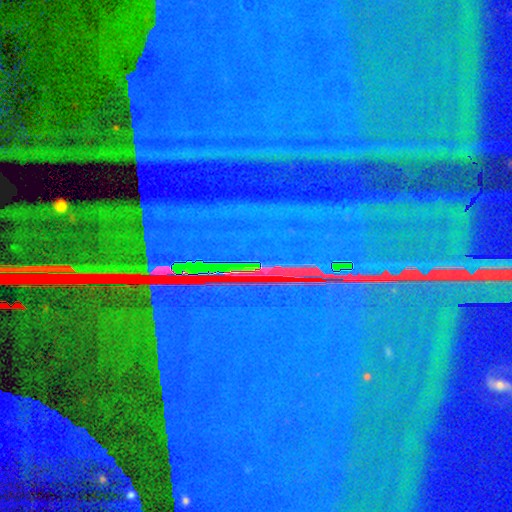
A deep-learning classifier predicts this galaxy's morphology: Smooth or featured: star or artifact — 88% (featured or disk — 8%)